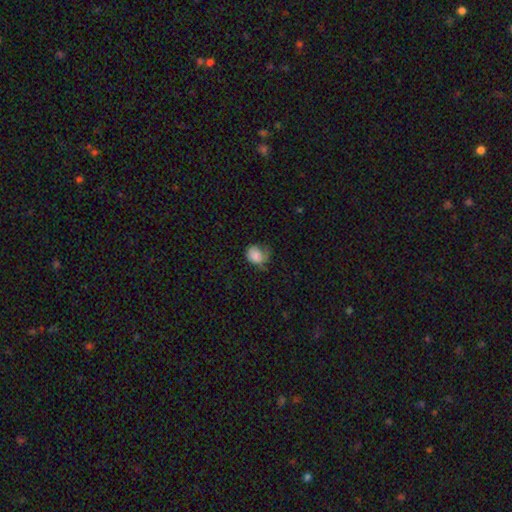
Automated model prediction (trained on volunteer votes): This is likely a smooth galaxy (70%). How rounded: possibly round (58%). Merging: marginally minor disturbance (34%).